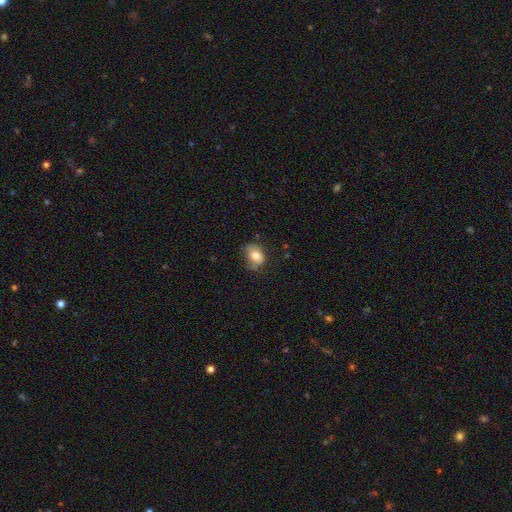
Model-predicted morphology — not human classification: Smooth or featured? smooth (75%)
How rounded? in between (62%)
Merging? none (49%)